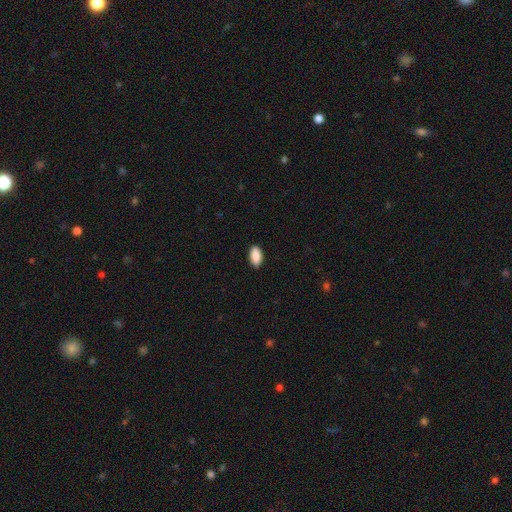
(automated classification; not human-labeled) smooth 90%, star or artifact 6%, featured or disk 3%. Down the decision tree: how rounded — in between (93%); merging — none (88%).